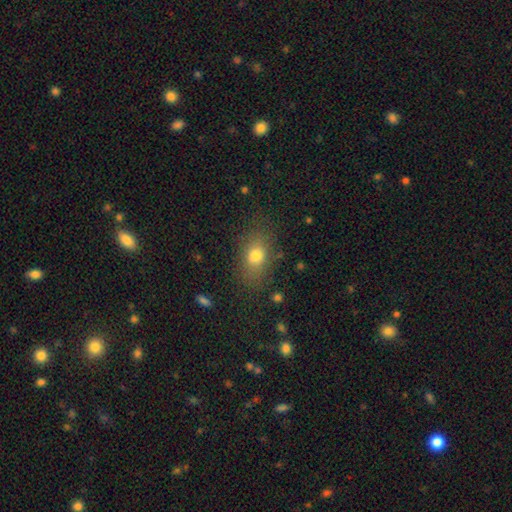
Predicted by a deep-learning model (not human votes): Smooth or featured: smooth — 76% (star or artifact — 12%)
How rounded: in between — 72% (round — 25%)
Merging: none — 76% (minor disturbance — 15%)